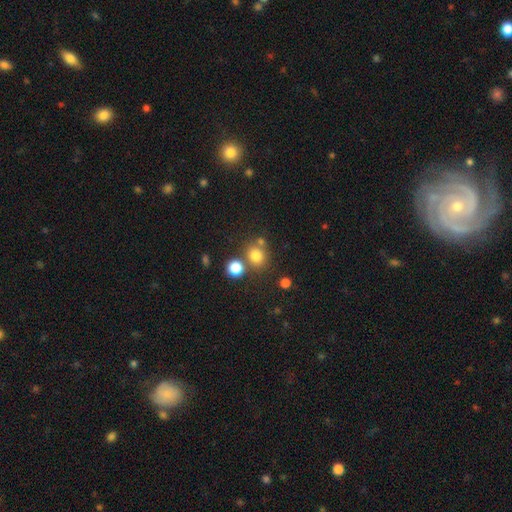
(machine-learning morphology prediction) smooth 77%, star or artifact 15%, featured or disk 8%. Down the decision tree: how rounded — round (78%); merging — none (66%).